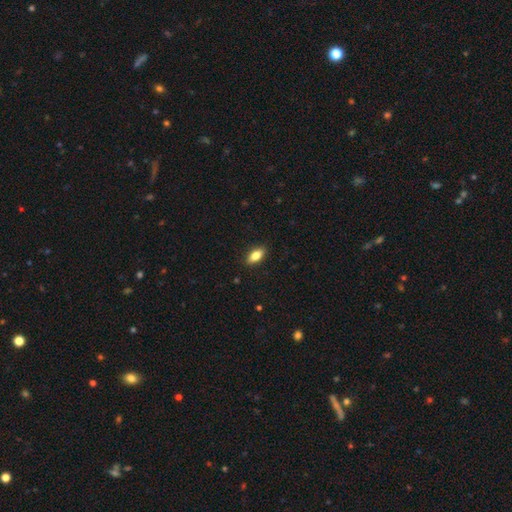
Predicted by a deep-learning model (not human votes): Overall: smooth (77%). How rounded: in between (84%). Merging: none (89%).